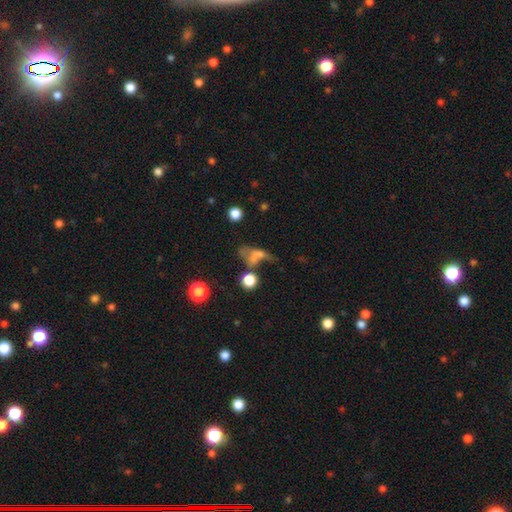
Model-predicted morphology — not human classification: Q: Smooth or featured?
A: smooth (50%); runner-up: featured or disk (29%)
Q: How rounded?
A: in between (58%); runner-up: round (33%)
Q: Merging?
A: major disturbance (34%); runner-up: merger (28%)